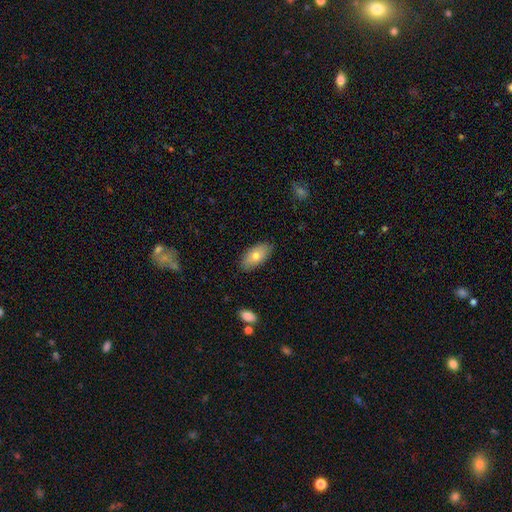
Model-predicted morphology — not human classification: Smooth or featured: smooth — 73% (featured or disk — 20%)
How rounded: in between — 92% (round — 4%)
Merging: none — 83% (minor disturbance — 13%)